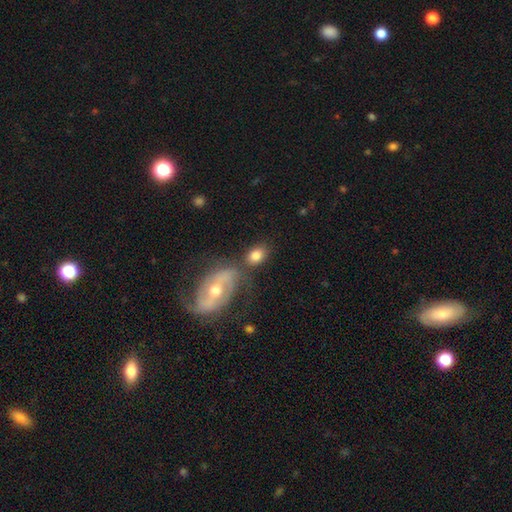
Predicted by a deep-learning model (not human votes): A smooth galaxy with no disk features (74%) that is in between round and cigar-shaped (75%).

Vote fractions:
- Smooth or featured? smooth: 74% / featured or disk: 19% / star or artifact: 7%
- How rounded? in between: 75% / round: 23% / cigar-shaped: 2%
- Merging? none: 63% / merger: 17% / minor disturbance: 14% / major disturbance: 6%